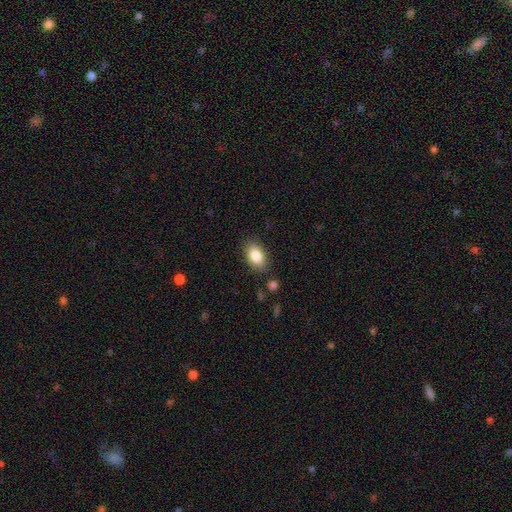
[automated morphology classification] A smooth galaxy with no disk features (85%) that is in between round and cigar-shaped (89%).

Vote fractions:
- Smooth or featured? smooth: 85% / star or artifact: 8% / featured or disk: 7%
- How rounded? in between: 89% / round: 9% / cigar-shaped: 2%
- Merging? none: 85% / minor disturbance: 11% / major disturbance: 3% / merger: 2%